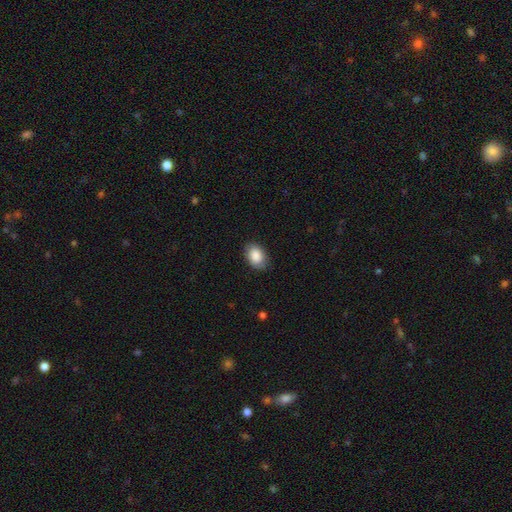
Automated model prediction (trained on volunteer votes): smooth 86%, featured or disk 7%, star or artifact 7%. Down the decision tree: how rounded — in between (83%); merging — none (82%).